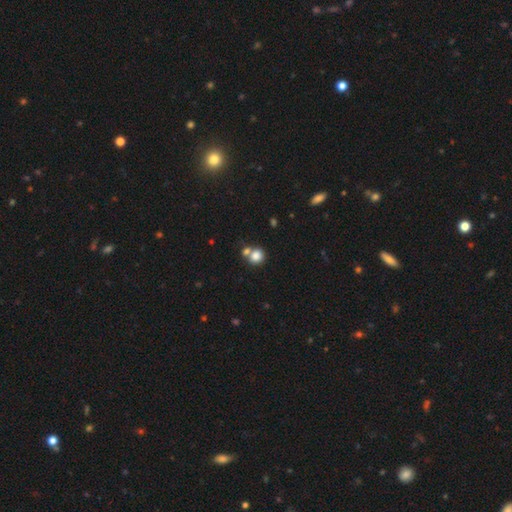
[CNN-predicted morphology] smooth-or-featured: smooth: 82% | star or artifact: 10% | featured or disk: 7%
  how-rounded: round: 79% | in between: 20% | cigar-shaped: 1%
  merging: none: 49% | merger: 38% | minor disturbance: 9% | major disturbance: 4%